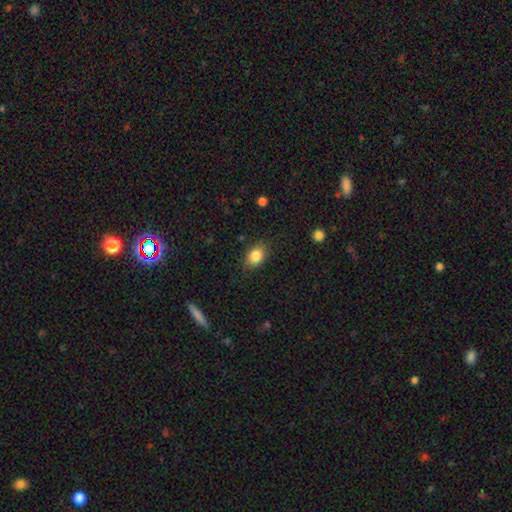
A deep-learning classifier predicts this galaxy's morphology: Smooth or featured? smooth (84%)
How rounded? in between (70%)
Merging? none (81%)